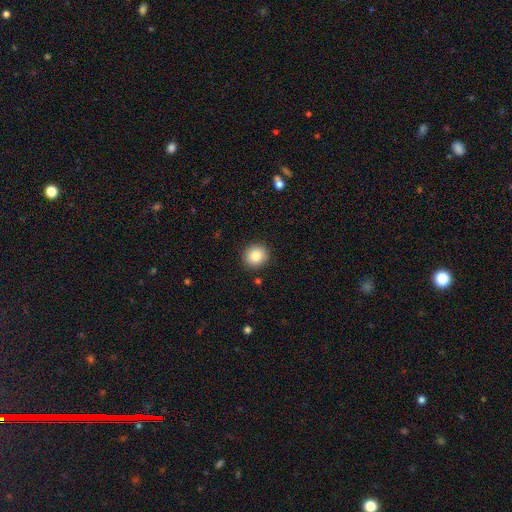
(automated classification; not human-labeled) The model was most divided on "how rounded": round: 87%, in between: 13%, cigar-shaped: 1%. More confident: merging — none (90%); smooth or featured — smooth (87%).